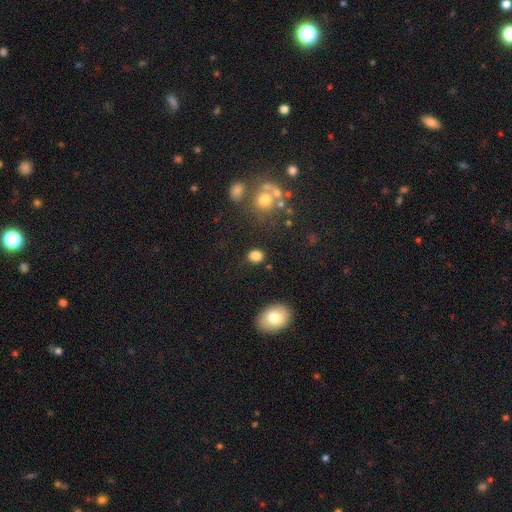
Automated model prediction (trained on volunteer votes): Q: Smooth or featured?
A: smooth (83%); runner-up: star or artifact (12%)
Q: How rounded?
A: in between (54%); runner-up: round (44%)
Q: Merging?
A: none (76%); runner-up: minor disturbance (14%)